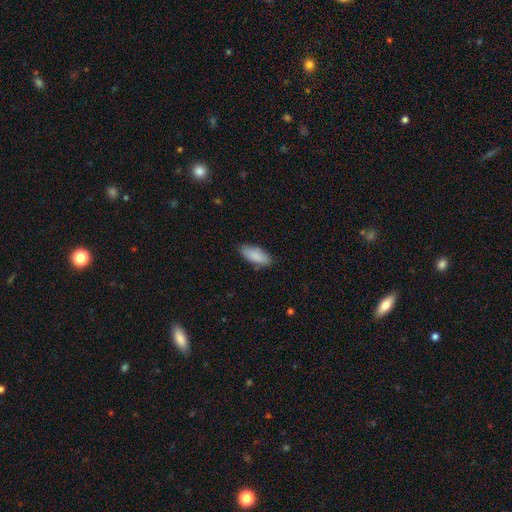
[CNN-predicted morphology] Smooth or featured? Predicted: smooth (p=0.89). How rounded? Predicted: in between (p=0.83). Merging? Predicted: none (p=0.83).